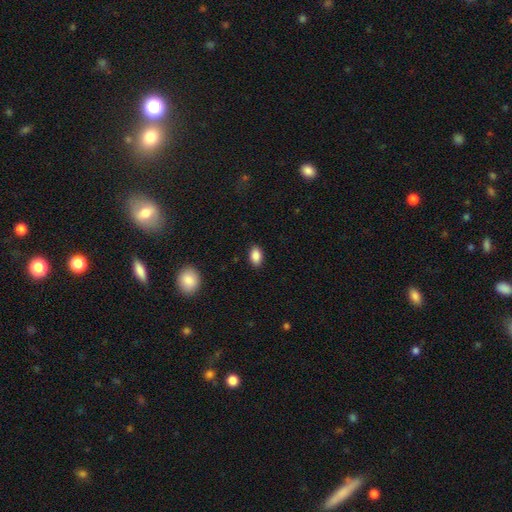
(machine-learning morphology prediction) type=smooth (87%); roundness=in between (89%); merging=none (88%).